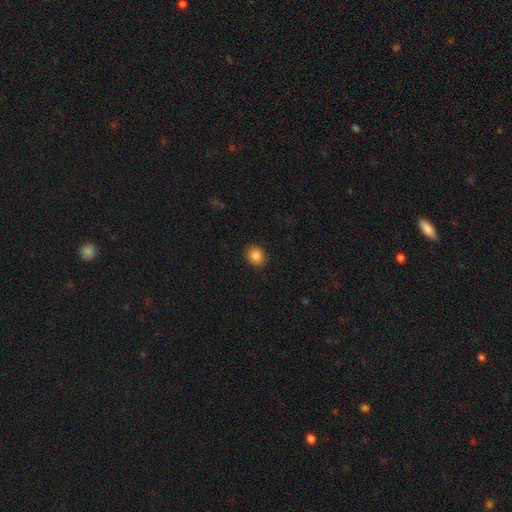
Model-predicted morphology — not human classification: Smooth or featured? Predicted: smooth (p=0.85). How rounded? Predicted: round (p=0.64). Merging? Predicted: none (p=0.90).